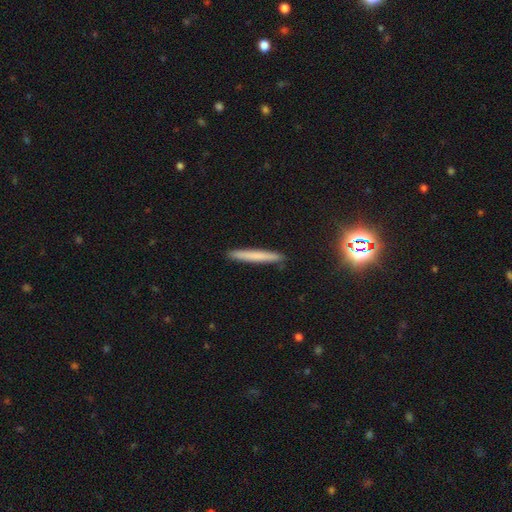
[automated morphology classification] The model was most divided on "smooth or featured": smooth: 69%, featured or disk: 22%, star or artifact: 9%. More confident: how rounded — cigar-shaped (96%); merging — none (91%).